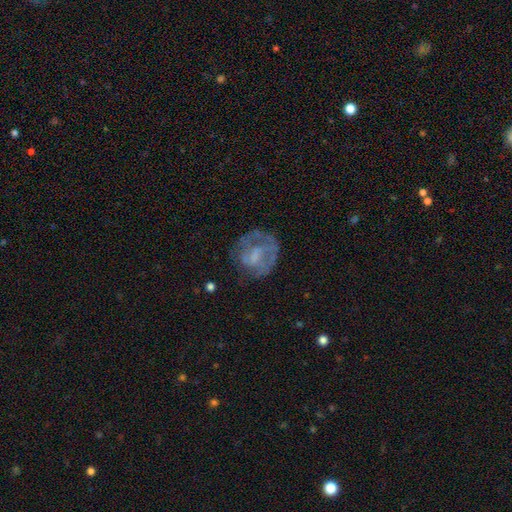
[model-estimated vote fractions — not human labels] Smooth or featured?
  - featured or disk: 58% *
  - smooth: 33%
  - star or artifact: 9%
Edge-on disk?
  - no: 97% *
  - yes: 3%
Bar?
  - no: 57% *
  - weak: 33%
  - strong: 9%
Spiral arms?
  - no: 55% *
  - yes: 45%
Bulge size?
  - none: 40% *
  - small: 29%
  - moderate: 25%
  - large: 5%
  - dominant: 1%
Merging?
  - none: 52% *
  - major disturbance: 24%
  - minor disturbance: 22%
  - merger: 2%